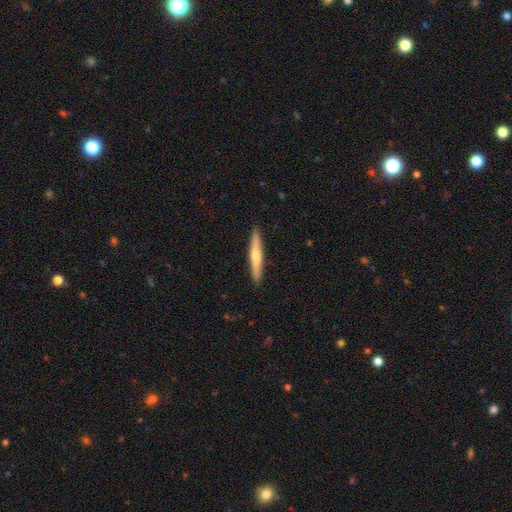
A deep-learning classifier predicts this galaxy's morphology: smooth 50%, featured or disk 44%, star or artifact 5%. Down the decision tree: how rounded — cigar-shaped (94%); merging — none (91%).